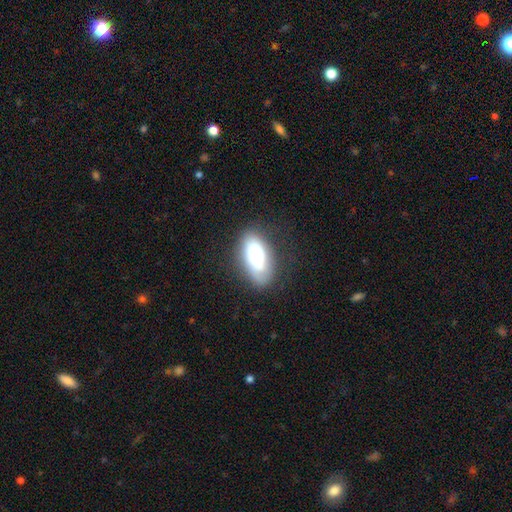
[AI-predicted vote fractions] Smooth or featured?
  - smooth: 67% *
  - featured or disk: 26%
  - star or artifact: 8%
How rounded?
  - in between: 88% *
  - cigar-shaped: 8%
  - round: 4%
Merging?
  - none: 73% *
  - minor disturbance: 19%
  - major disturbance: 7%
  - merger: 2%